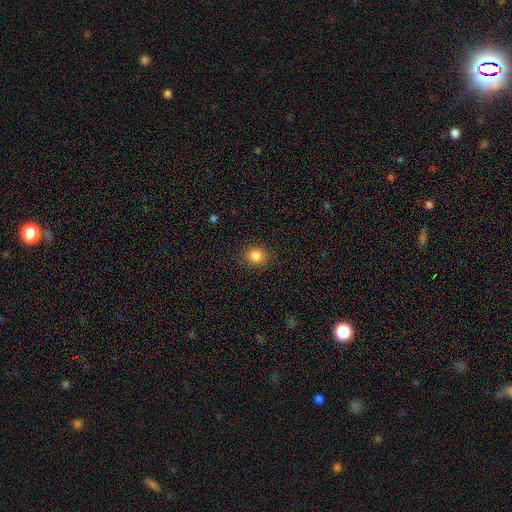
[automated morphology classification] This is clearly a smooth galaxy (85%). How rounded: likely round (77%). Merging: clearly none (88%).